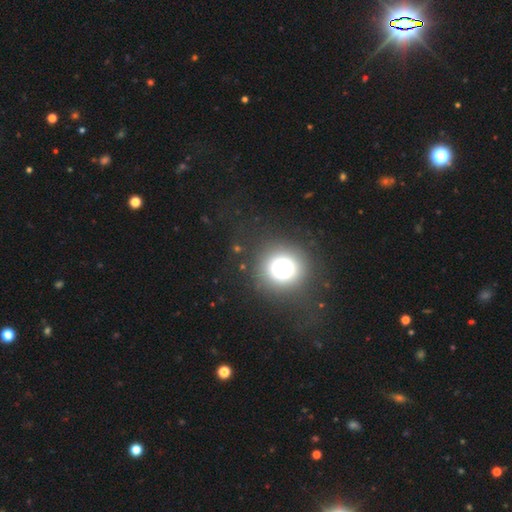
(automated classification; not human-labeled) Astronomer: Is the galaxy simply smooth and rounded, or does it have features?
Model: smooth — 44% (runner-up: star or artifact, 43%).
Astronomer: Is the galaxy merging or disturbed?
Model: none — 78%.